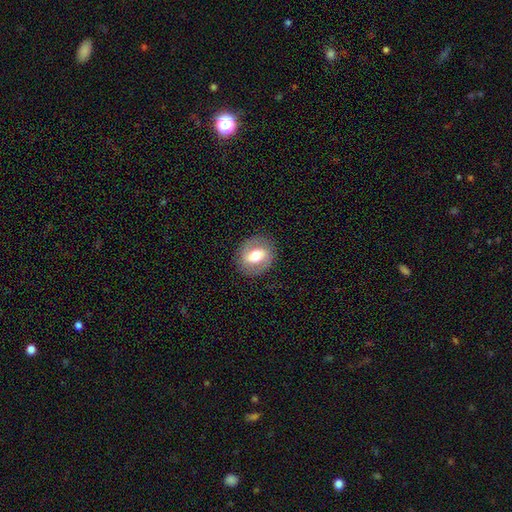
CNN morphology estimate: The model was most divided on "bar": strong: 40%, weak: 38%, no: 22%. More confident: edge-on disk — no (93%); merging — none (85%); bulge size — moderate (63%); smooth or featured — featured or disk (54%); spiral arms — yes (52%).